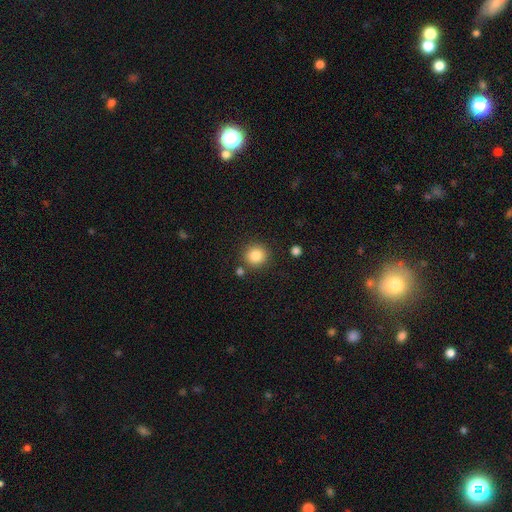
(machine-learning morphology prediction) Q: Smooth or featured?
A: smooth (86%); runner-up: star or artifact (10%)
Q: How rounded?
A: round (91%); runner-up: in between (8%)
Q: Merging?
A: none (85%); runner-up: minor disturbance (8%)